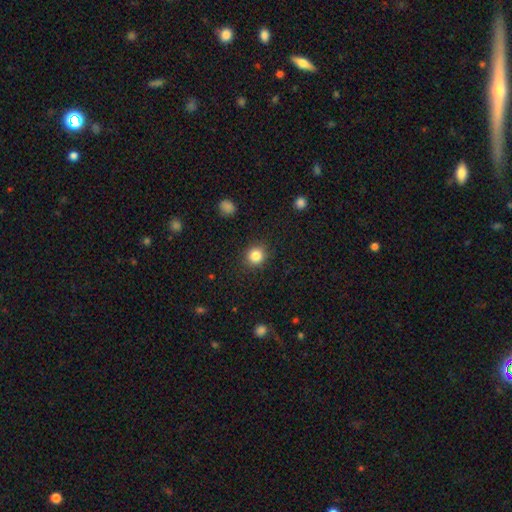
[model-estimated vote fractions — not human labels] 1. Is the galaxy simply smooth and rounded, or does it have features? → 85% smooth, 11% star or artifact, 5% featured or disk.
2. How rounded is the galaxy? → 88% round, 11% in between, 1% cigar-shaped.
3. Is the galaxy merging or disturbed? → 89% none, 7% minor disturbance, 3% major disturbance, 1% merger.